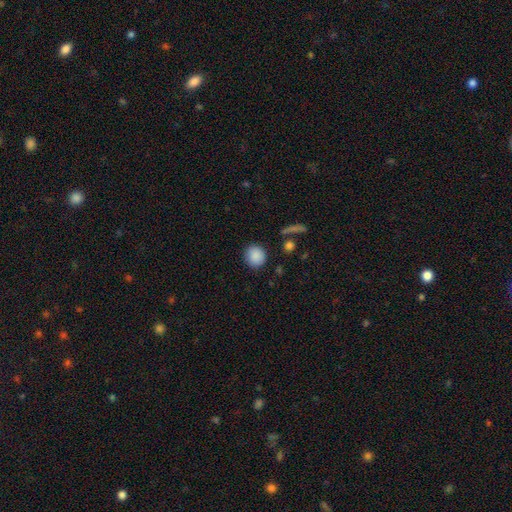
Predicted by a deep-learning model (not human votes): smooth_or_featured: smooth (p=0.88) [alt: star or artifact p=0.08]
how_rounded: round (p=0.91) [alt: in between p=0.08]
merging: none (p=0.88) [alt: minor disturbance p=0.07]